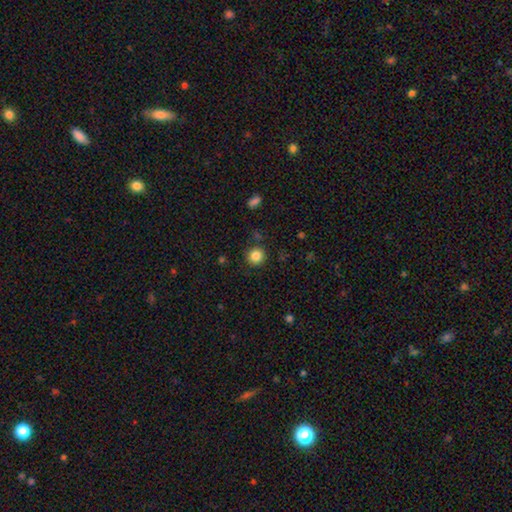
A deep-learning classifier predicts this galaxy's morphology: smooth_or_featured: smooth (p=0.84) [alt: star or artifact p=0.11]
how_rounded: round (p=0.93) [alt: in between p=0.06]
merging: none (p=0.88) [alt: minor disturbance p=0.07]